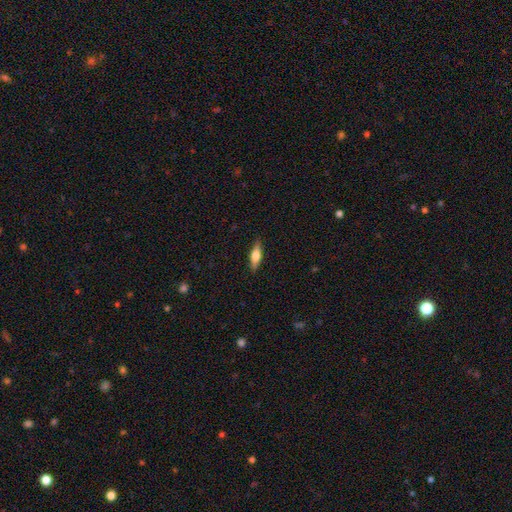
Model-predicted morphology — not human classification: Smooth or featured? smooth (55%)
How rounded? cigar-shaped (52%)
Merging? none (88%)